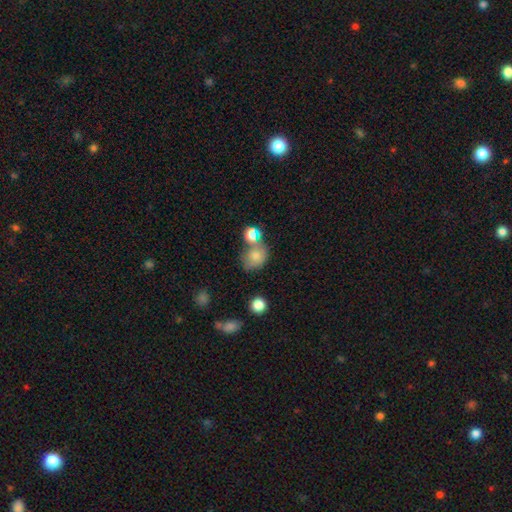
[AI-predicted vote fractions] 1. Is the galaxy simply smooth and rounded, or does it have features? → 75% smooth, 14% featured or disk, 11% star or artifact.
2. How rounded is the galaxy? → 50% round, 49% in between, 1% cigar-shaped.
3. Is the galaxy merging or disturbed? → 36% none, 35% merger, 18% minor disturbance, 10% major disturbance.